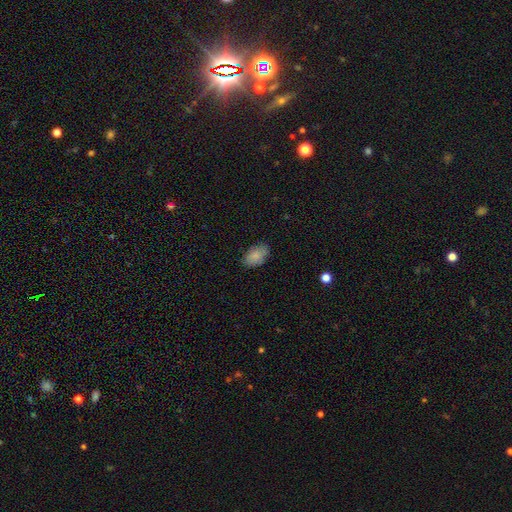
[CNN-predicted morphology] A smooth galaxy with no disk features (83%) that is in between round and cigar-shaped (91%). Merging: none (81%).